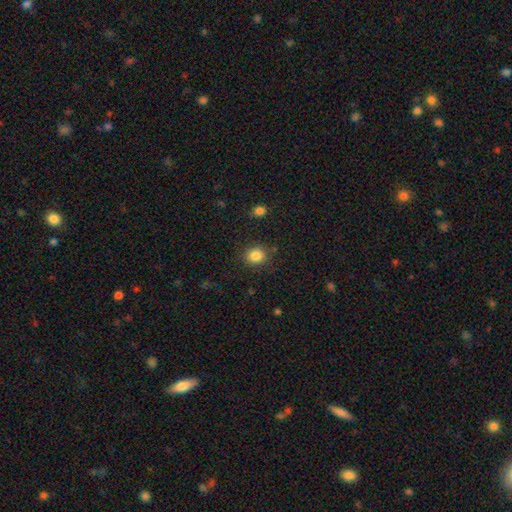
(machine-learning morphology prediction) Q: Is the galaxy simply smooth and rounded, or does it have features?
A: smooth — 85%.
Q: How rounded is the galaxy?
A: round — 71%.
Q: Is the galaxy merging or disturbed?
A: none — 84%.